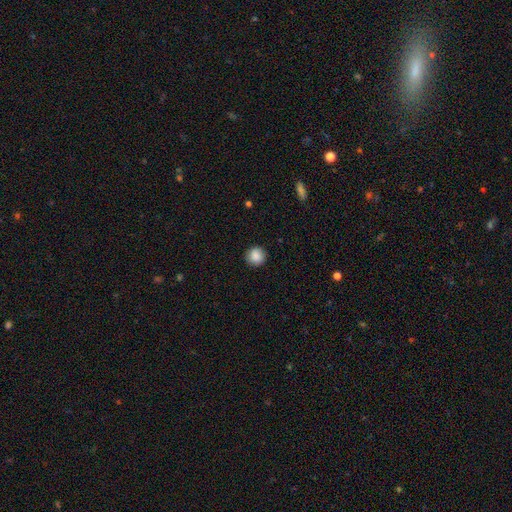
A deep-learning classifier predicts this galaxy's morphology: smooth 88%, star or artifact 9%, featured or disk 4%. Down the decision tree: how rounded — round (93%); merging — none (90%).